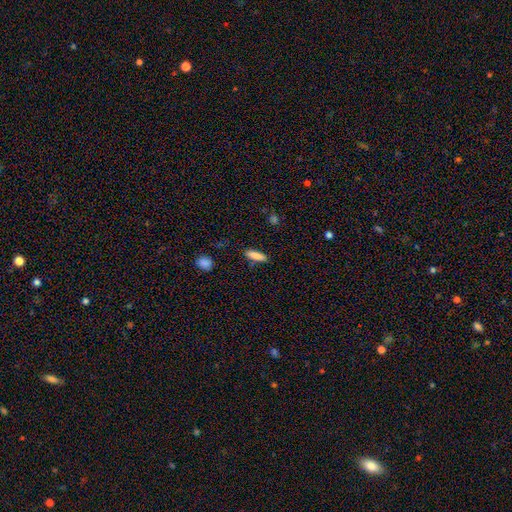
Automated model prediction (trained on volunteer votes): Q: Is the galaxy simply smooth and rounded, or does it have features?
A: smooth — 85%.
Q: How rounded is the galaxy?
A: cigar-shaped — 58%.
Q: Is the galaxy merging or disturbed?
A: none — 85%.